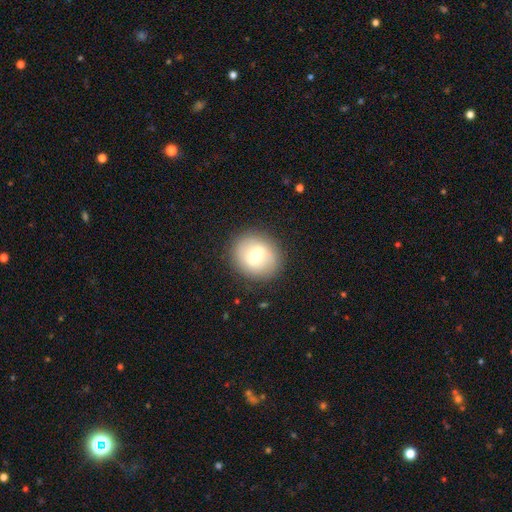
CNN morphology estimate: A smooth galaxy with no disk features (47%). Merging: none (85%).